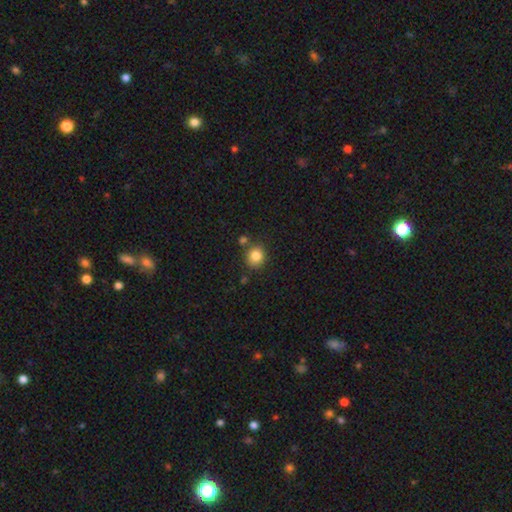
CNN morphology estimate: This appears to be a smooth galaxy with no disk features (83%) that is round (83%). Merging: none (76%).